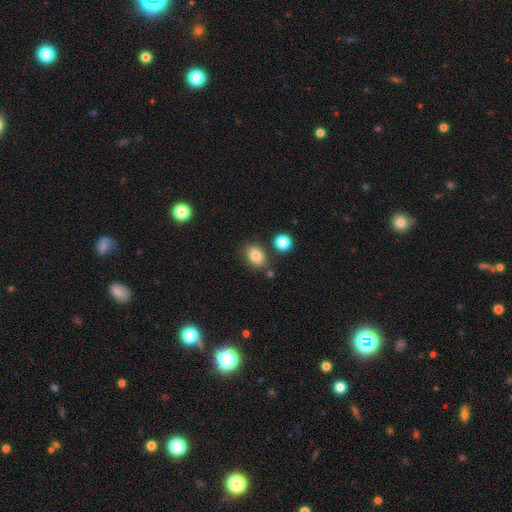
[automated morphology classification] Smooth or featured? smooth (83%)
How rounded? in between (73%)
Merging? none (78%)